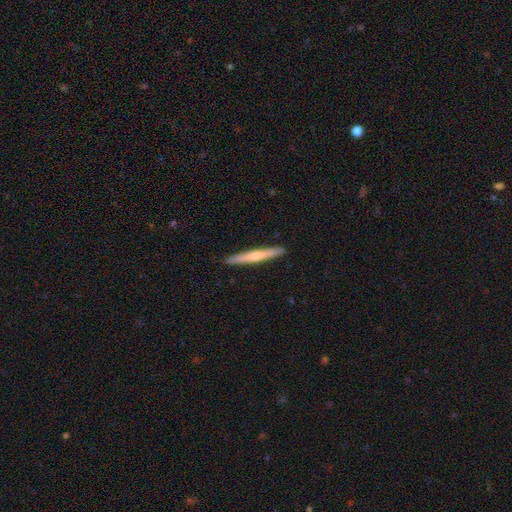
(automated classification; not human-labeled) Smooth or featured? Predicted: smooth (p=0.51). How rounded? Predicted: cigar-shaped (p=0.96). Merging? Predicted: none (p=0.92).